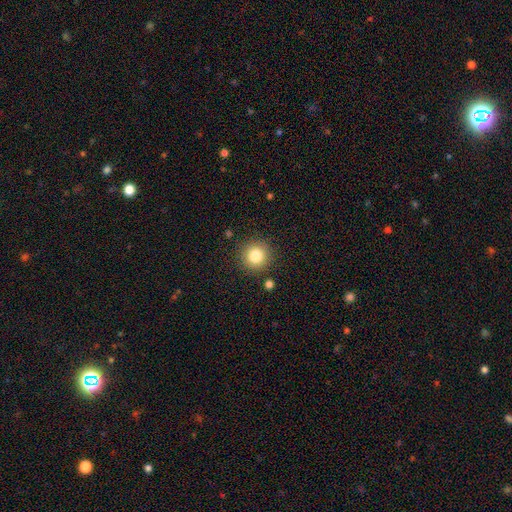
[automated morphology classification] Smooth or featured?
  - smooth: 82% *
  - star or artifact: 11%
  - featured or disk: 7%
How rounded?
  - round: 94% *
  - in between: 5%
  - cigar-shaped: 1%
Merging?
  - none: 88% *
  - minor disturbance: 7%
  - major disturbance: 3%
  - merger: 2%